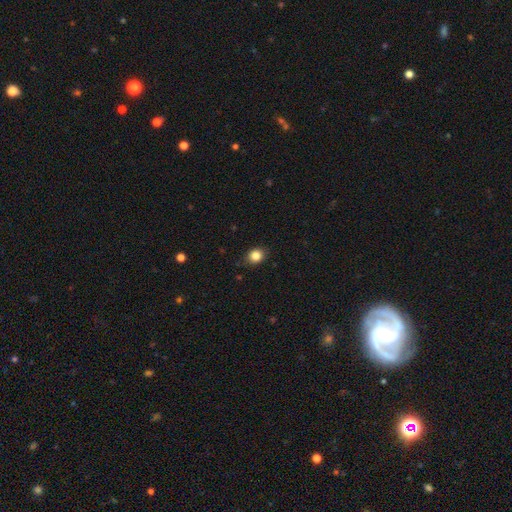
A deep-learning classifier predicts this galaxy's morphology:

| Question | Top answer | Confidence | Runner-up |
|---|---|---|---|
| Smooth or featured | smooth | 85% | star or artifact (10%) |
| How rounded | round | 67% | in between (32%) |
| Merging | none | 85% | minor disturbance (11%) |